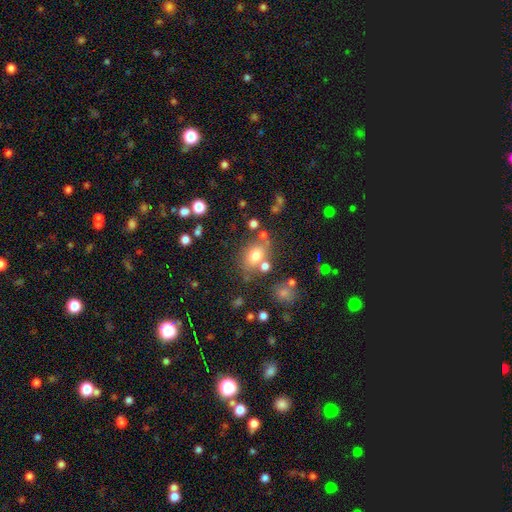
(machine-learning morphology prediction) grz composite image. It shows a smooth galaxy with no disk features (72%) that is in between round and cigar-shaped (62%). Merging: none (63%).